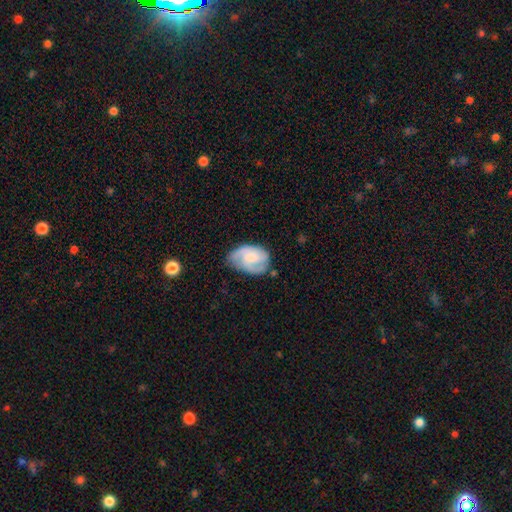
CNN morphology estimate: Q: Smooth or featured?
A: featured or disk (66%); runner-up: smooth (27%)
Q: Edge-on disk?
A: no (97%); runner-up: yes (3%)
Q: Bar?
A: no (64%); runner-up: weak (32%)
Q: Spiral arms?
A: yes (92%); runner-up: no (8%)
Q: Spiral winding?
A: medium (45%); runner-up: tight (37%)
Q: Spiral arm count?
A: 2 (52%); runner-up: 3 (19%)
Q: Bulge size?
A: small (35%); runner-up: moderate (32%)
Q: Merging?
A: none (54%); runner-up: minor disturbance (31%)